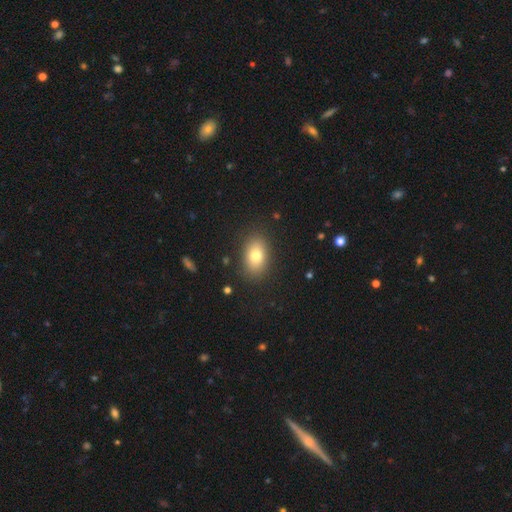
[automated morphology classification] Smooth or featured? smooth (77%)
How rounded? in between (83%)
Merging? none (87%)